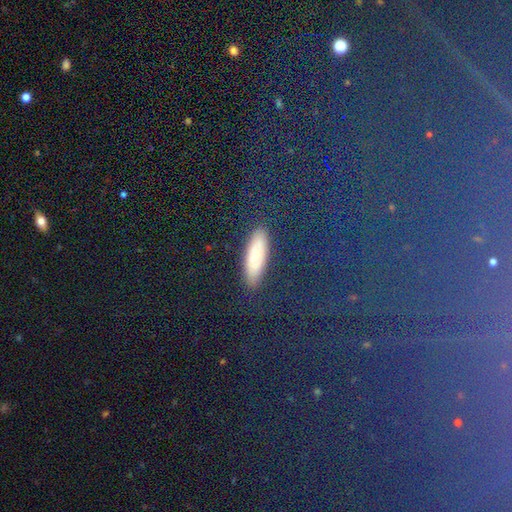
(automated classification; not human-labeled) Smooth or featured: smooth — 56% (star or artifact — 25%)
How rounded: cigar-shaped — 48% (in between — 44%)
Merging: none — 88% (minor disturbance — 8%)